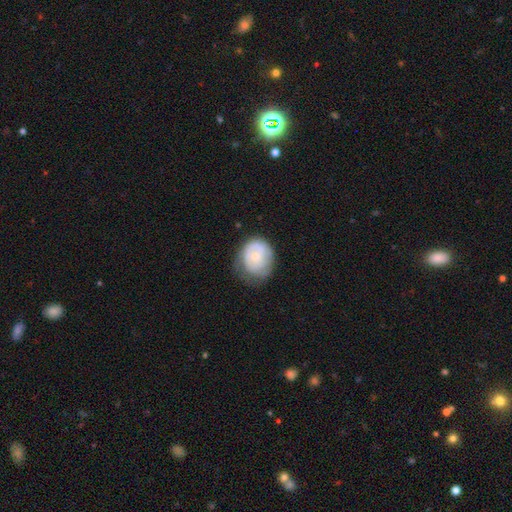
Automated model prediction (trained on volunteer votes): Smooth or featured? Predicted: featured or disk (p=0.55). Edge-on disk? Predicted: no (p=0.97). Bar? Predicted: no (p=0.75). Spiral arms? Predicted: yes (p=0.74). Bulge size? Predicted: small (p=0.60). Merging? Predicted: none (p=0.55).